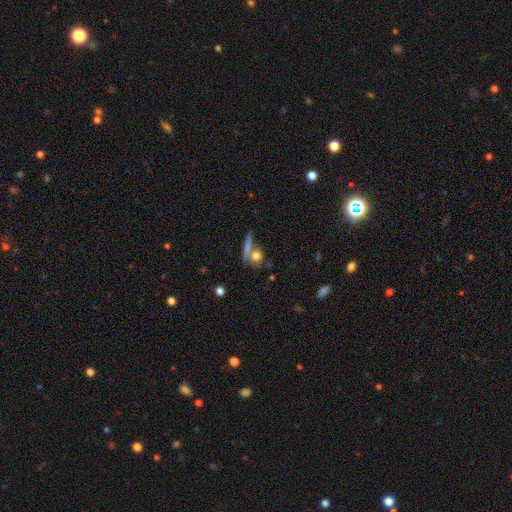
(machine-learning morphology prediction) Overall: smooth (72%). How rounded: round (57%; in between 22%). Merging: none (57%; merger 26%).